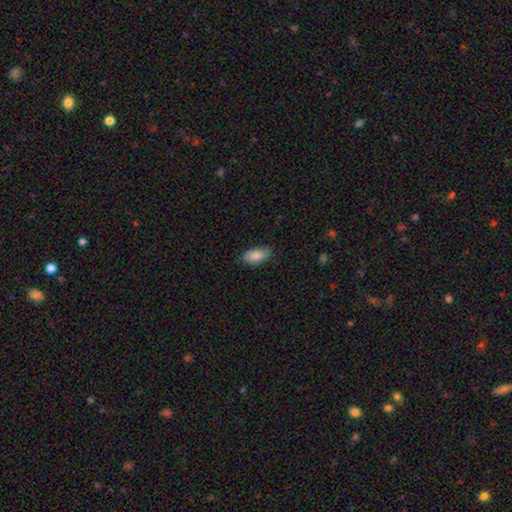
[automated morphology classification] type=smooth (86%); roundness=in between (92%); merging=none (76%).